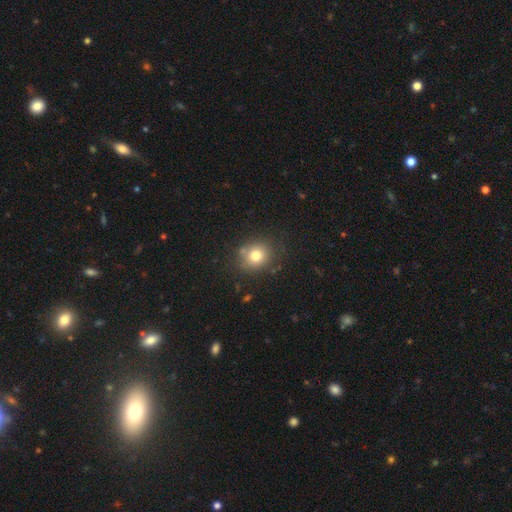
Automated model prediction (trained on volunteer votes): The model was most divided on "how rounded": round: 74%, in between: 25%, cigar-shaped: 1%. More confident: merging — none (79%); smooth or featured — smooth (77%).